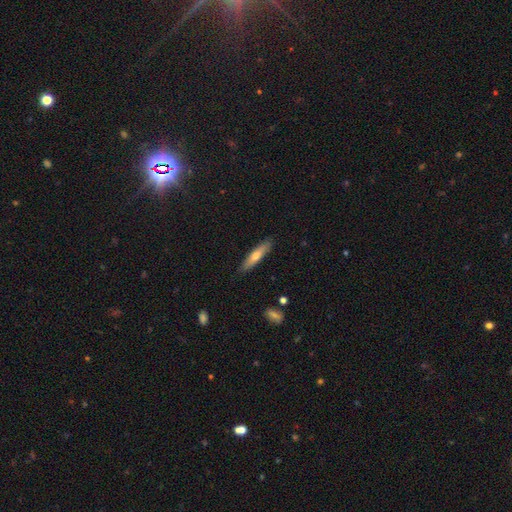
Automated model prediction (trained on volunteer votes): smooth 59%, featured or disk 35%, star or artifact 6%. Down the decision tree: how rounded — cigar-shaped (84%); merging — none (88%).